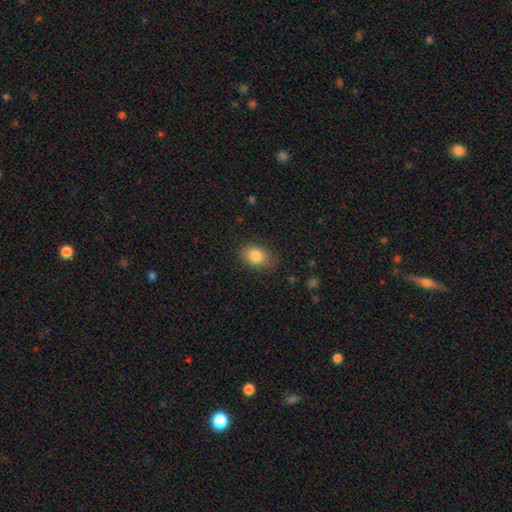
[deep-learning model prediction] Smooth or featured: smooth — 84% (star or artifact — 9%)
How rounded: in between — 77% (round — 22%)
Merging: none — 81% (minor disturbance — 15%)